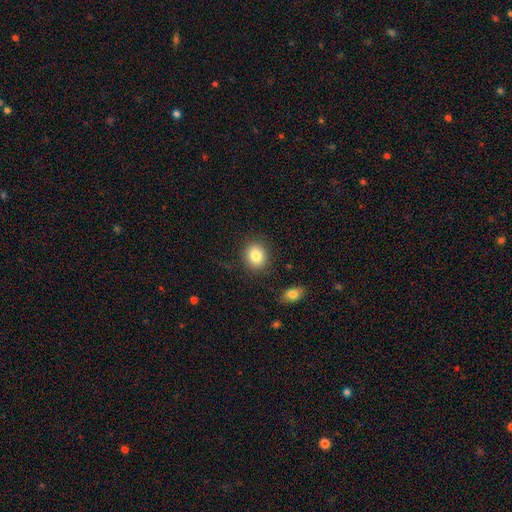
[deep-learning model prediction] A smooth galaxy with no disk features (84%) that is round (66%). Merging: none (84%).